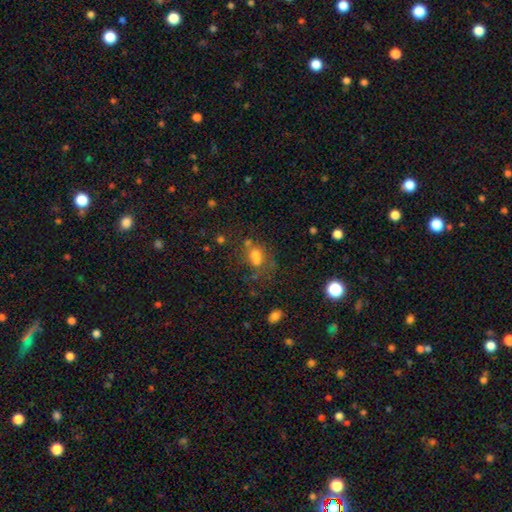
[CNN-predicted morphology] This appears to be a smooth galaxy with no disk features (61%) that is round (55%). Merging: merger (39%).